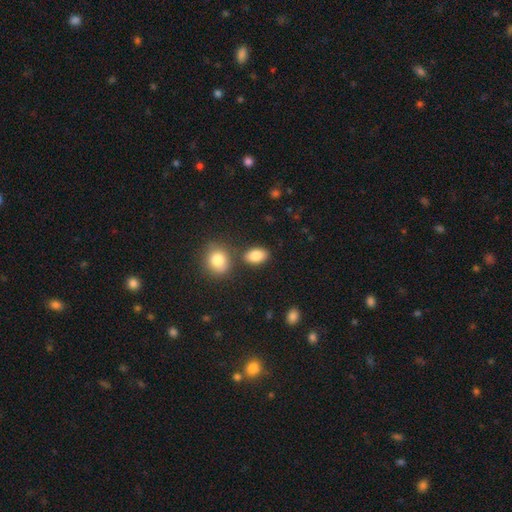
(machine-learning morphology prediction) Smooth or featured? Predicted: smooth (p=0.85). How rounded? Predicted: in between (p=0.86). Merging? Predicted: none (p=0.75).